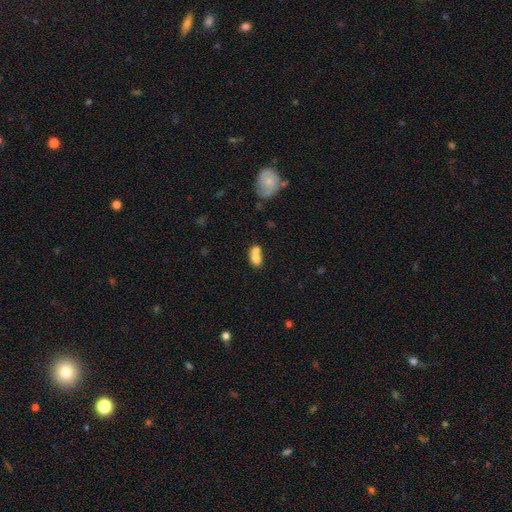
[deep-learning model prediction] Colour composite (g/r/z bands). It shows a smooth galaxy with no disk features (72%) that is in between round and cigar-shaped (66%). Merging: merger (66%).